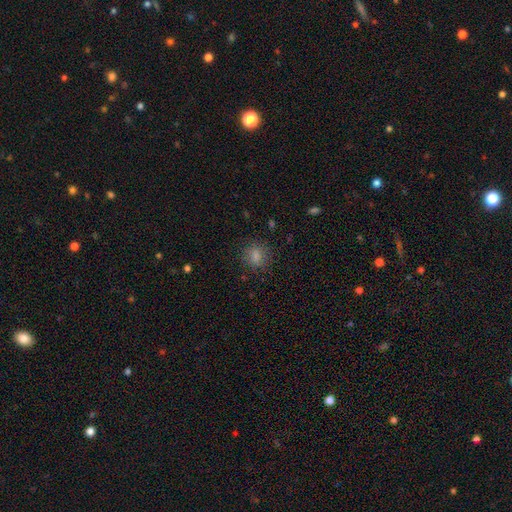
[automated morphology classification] Overall: smooth (81%). How rounded: round (66%; in between 33%). Merging: none (81%).